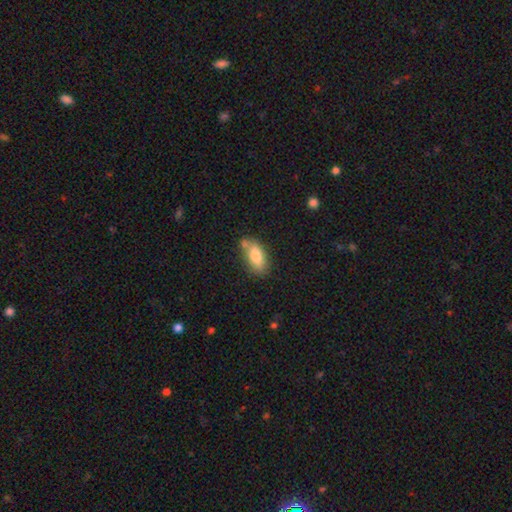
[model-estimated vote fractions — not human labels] Overall: smooth (78%). How rounded: in between (85%). Merging: none (61%).